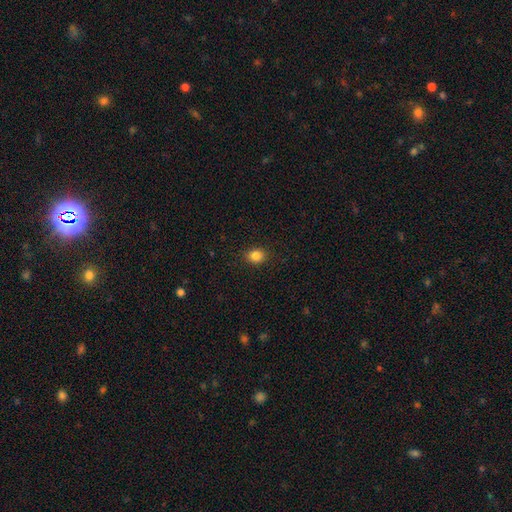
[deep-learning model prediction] A smooth galaxy with no disk features (85%) that is round (61%).

Vote fractions:
- Smooth or featured? smooth: 85% / star or artifact: 11% / featured or disk: 4%
- How rounded? round: 61% / in between: 38% / cigar-shaped: 1%
- Merging? none: 89% / minor disturbance: 8% / major disturbance: 2% / merger: 1%